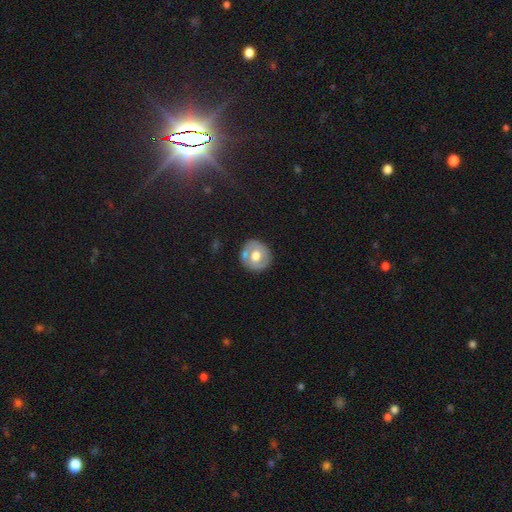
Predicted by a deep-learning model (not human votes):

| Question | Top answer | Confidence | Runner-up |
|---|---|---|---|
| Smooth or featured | smooth | 51% | featured or disk (42%) |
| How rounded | round | 85% | in between (14%) |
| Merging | none | 76% | minor disturbance (13%) |